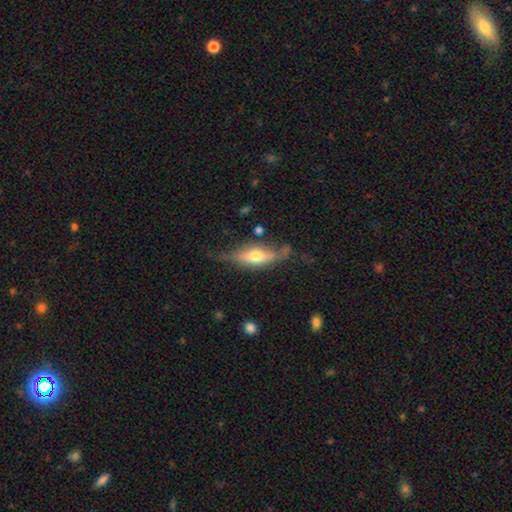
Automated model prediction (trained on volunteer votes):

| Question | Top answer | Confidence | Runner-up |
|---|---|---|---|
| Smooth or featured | featured or disk | 58% | smooth (36%) |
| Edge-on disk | yes | 75% | no (25%) |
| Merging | none | 52% | minor disturbance (27%) |